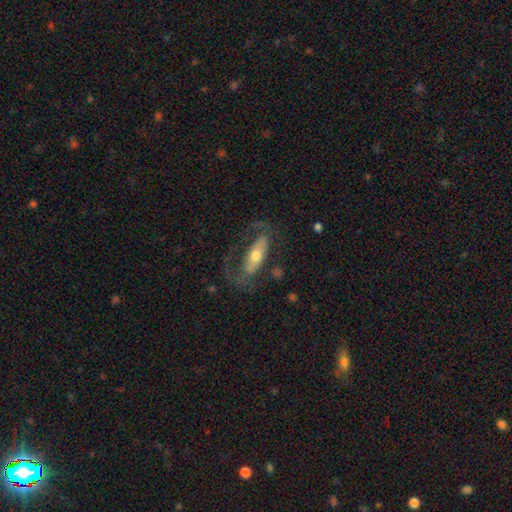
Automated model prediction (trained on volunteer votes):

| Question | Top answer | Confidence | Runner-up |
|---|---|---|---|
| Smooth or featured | featured or disk | 58% | smooth (35%) |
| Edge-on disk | no | 75% | yes (25%) |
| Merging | none | 55% | major disturbance (25%) |